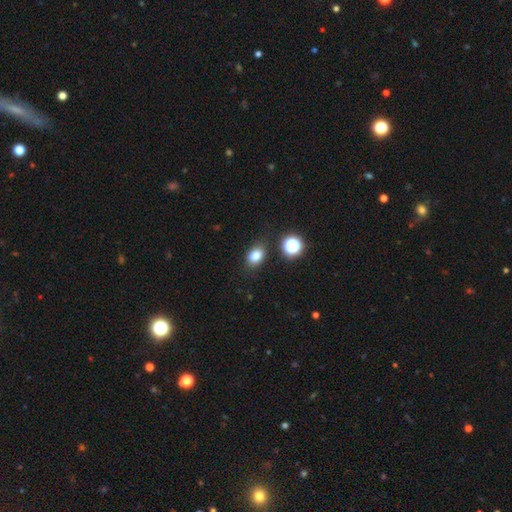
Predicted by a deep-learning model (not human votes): Smooth or featured? Predicted: smooth (p=0.80). How rounded? Predicted: in between (p=0.67). Merging? Predicted: none (p=0.83).